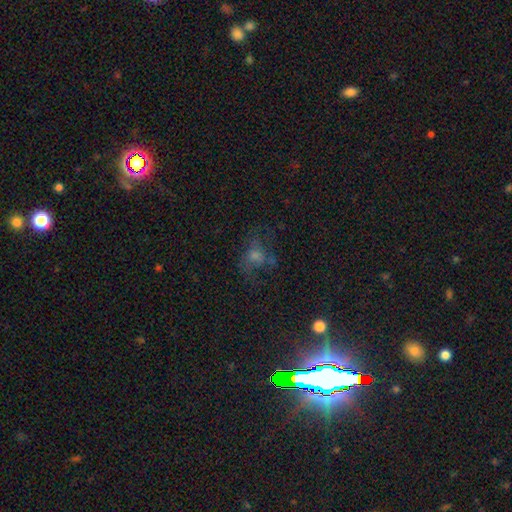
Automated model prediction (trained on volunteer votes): Smooth or featured? smooth (35%)
Merging? none (48%)